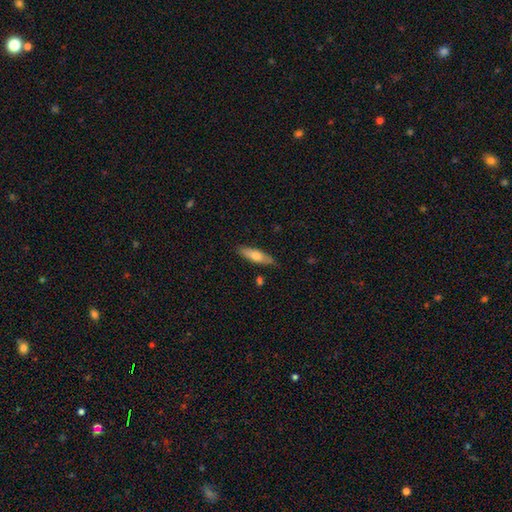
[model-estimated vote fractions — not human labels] Overall: smooth (67%; featured or disk 27%). How rounded: cigar-shaped (59%; in between 39%). Merging: none (81%).